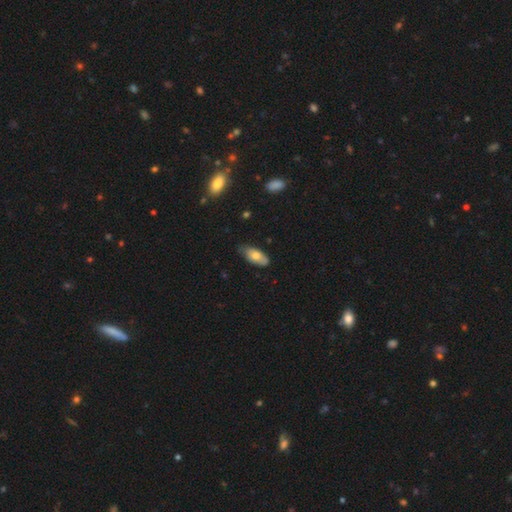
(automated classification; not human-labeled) smooth-or-featured: smooth: 70% | featured or disk: 24% | star or artifact: 6%
  how-rounded: in between: 87% | cigar-shaped: 10% | round: 2%
  merging: none: 70% | minor disturbance: 25% | major disturbance: 3% | merger: 2%